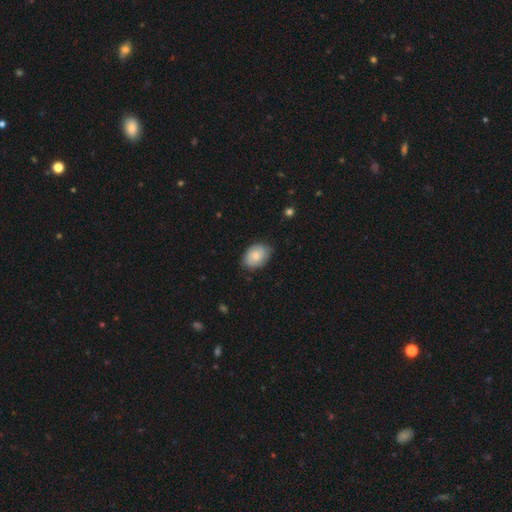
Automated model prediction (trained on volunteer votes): The model was most divided on "smooth or featured": smooth: 71%, featured or disk: 23%, star or artifact: 6%. More confident: how rounded — in between (76%); merging — none (75%).